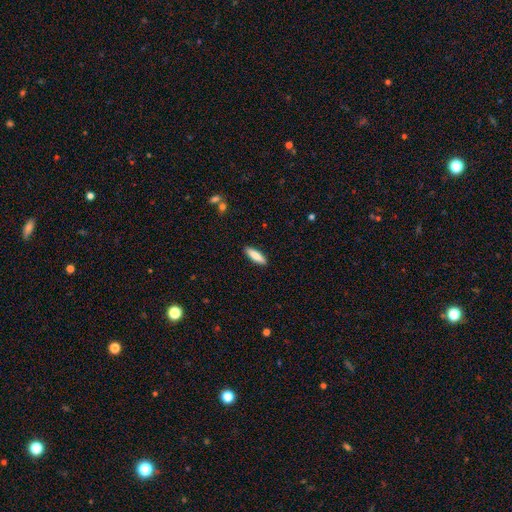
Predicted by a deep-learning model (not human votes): This appears to be a smooth galaxy with no disk features (83%) that is cigar-shaped (62%). Merging: none (90%).